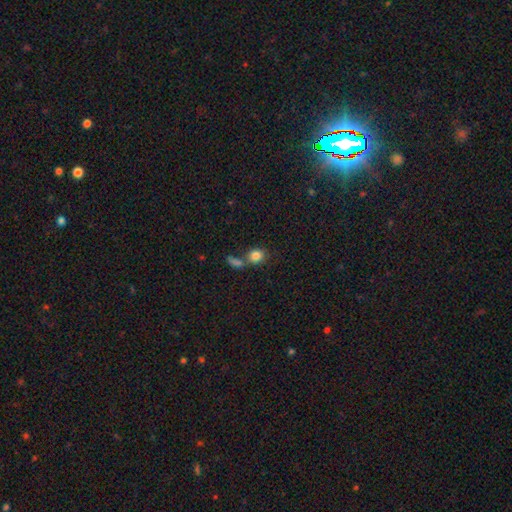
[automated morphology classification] type=smooth (83%); roundness=round (65%); merging=none (47%).